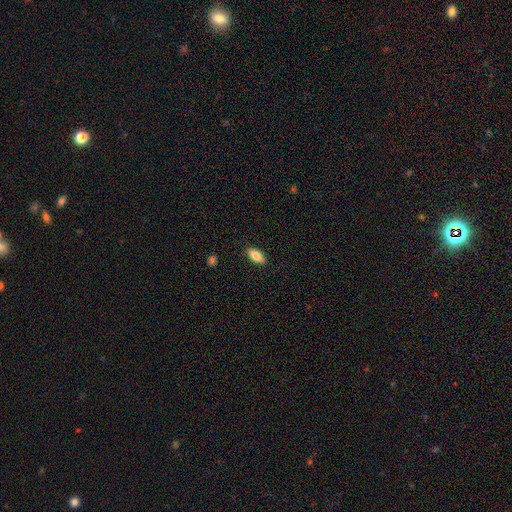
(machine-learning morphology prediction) A smooth galaxy with no disk features (83%) that is in between round and cigar-shaped (87%). Merging: none (86%).